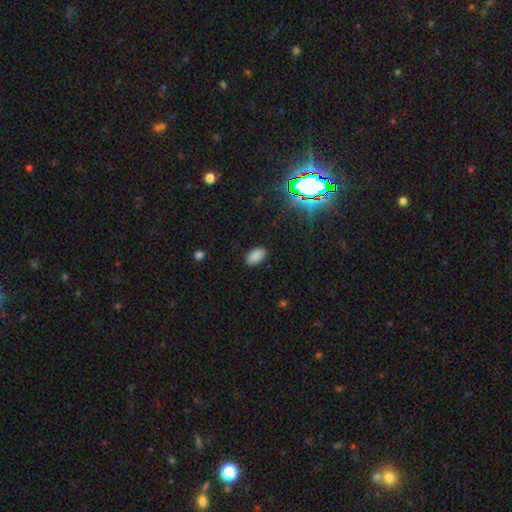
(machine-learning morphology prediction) This appears to be a smooth galaxy with no disk features (85%) that is in between round and cigar-shaped (94%). Merging: none (87%).